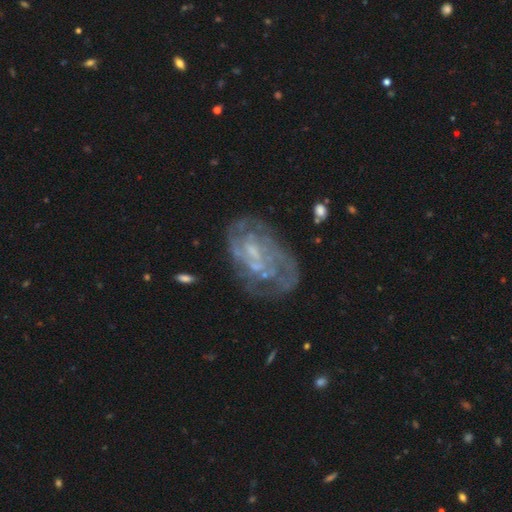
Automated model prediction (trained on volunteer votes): smooth-or-featured: featured or disk: 76% | smooth: 15% | star or artifact: 9%
  disk-edge-on: no: 97% | yes: 3%
    bar: no: 56% | weak: 36% | strong: 8%
    has-spiral-arms: yes: 67% | no: 33%
    bulge-size: small: 45% | none: 32% | moderate: 21% | large: 2% | dominant: 1%
  merging: none: 49% | minor disturbance: 22% | major disturbance: 21% | merger: 7%